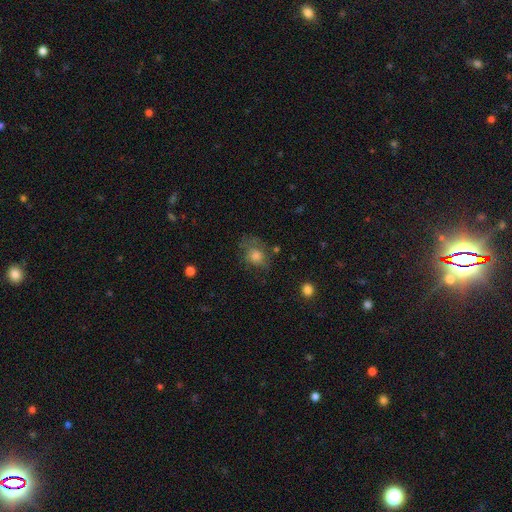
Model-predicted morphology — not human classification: The model was most divided on "how rounded": round: 55%, in between: 44%, cigar-shaped: 1%. More confident: smooth or featured — smooth (62%); merging — none (52%).